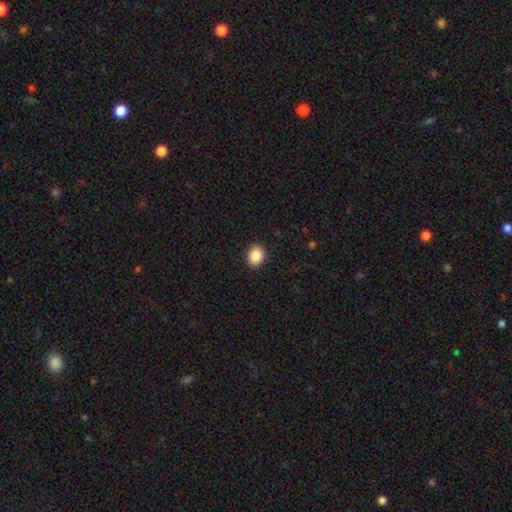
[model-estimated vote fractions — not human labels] smooth 87%, star or artifact 8%, featured or disk 4%. Down the decision tree: how rounded — round (57%); merging — none (91%).